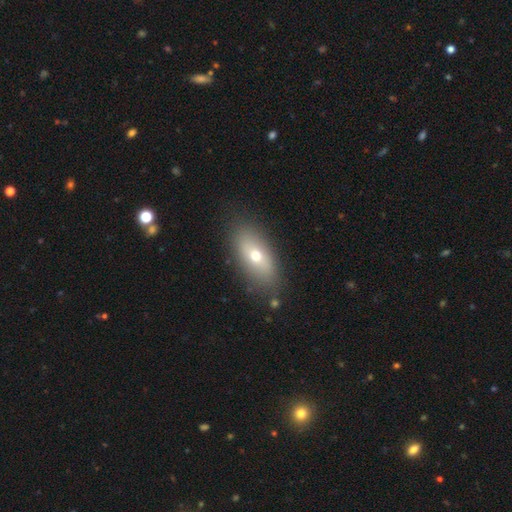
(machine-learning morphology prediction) smooth_or_featured: smooth (p=0.62) [alt: featured or disk p=0.29]
how_rounded: in between (p=0.82) [alt: cigar-shaped p=0.12]
merging: none (p=0.83) [alt: minor disturbance p=0.12]